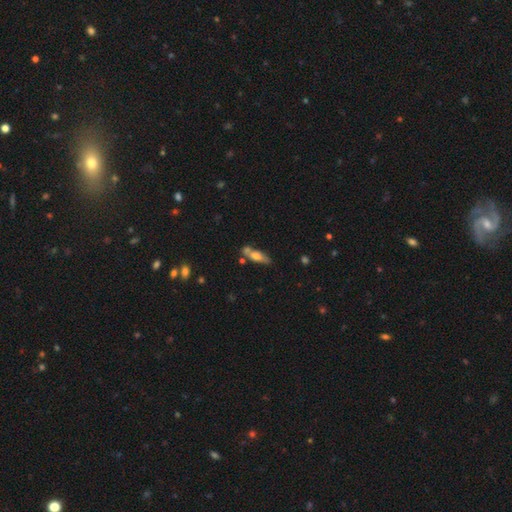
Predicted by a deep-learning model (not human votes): This is possibly a smooth galaxy (57%). How rounded: possibly in between (52%). Merging: possibly none (57%).